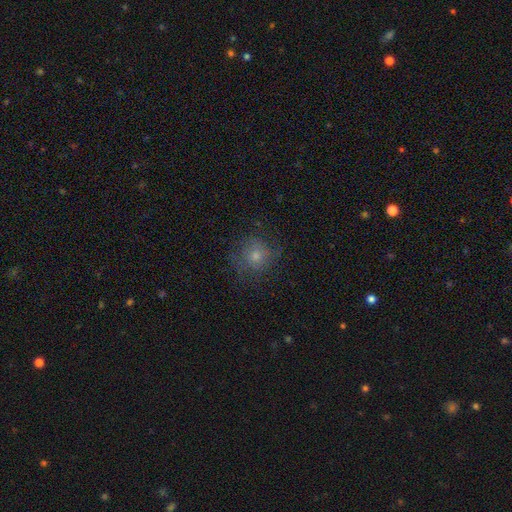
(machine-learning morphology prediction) The model was most divided on "smooth or featured": smooth: 51%, featured or disk: 27%, star or artifact: 22%. More confident: how rounded — round (89%); merging — none (75%).